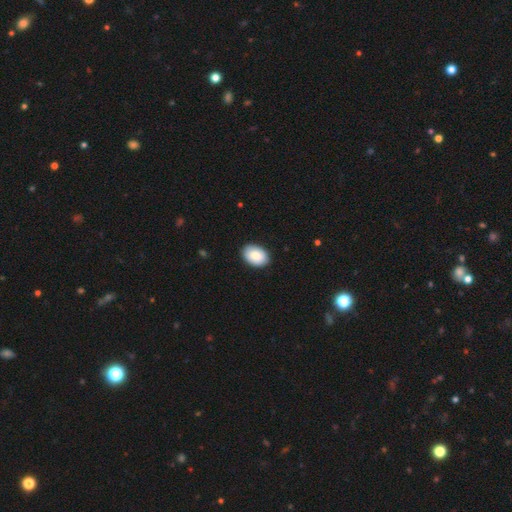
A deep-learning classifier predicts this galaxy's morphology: This appears to be a smooth galaxy with no disk features (87%) that is in between round and cigar-shaped (84%). Merging: none (89%).